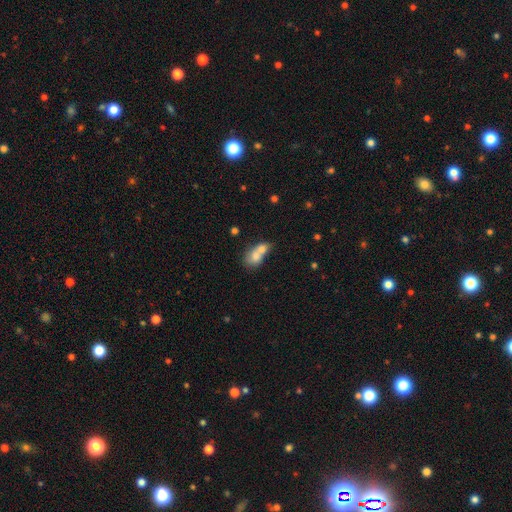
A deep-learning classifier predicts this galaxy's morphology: Q: Smooth or featured?
A: smooth (70%); runner-up: featured or disk (21%)
Q: How rounded?
A: in between (64%); runner-up: round (33%)
Q: Merging?
A: merger (74%); runner-up: none (16%)